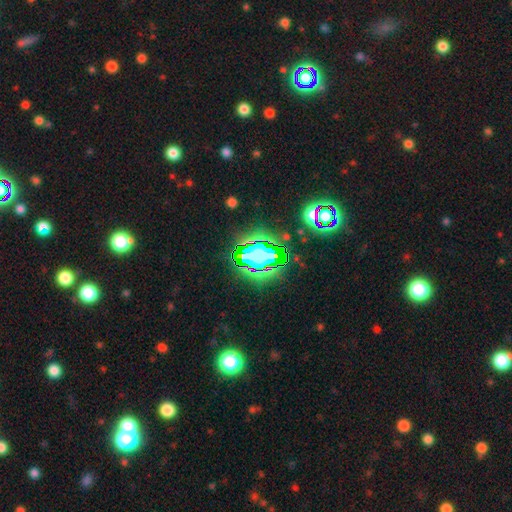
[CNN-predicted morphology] This appears to be a star or artifact, not a galaxy (61%).